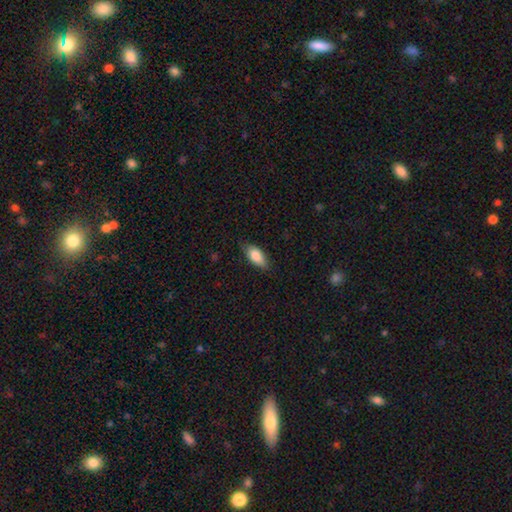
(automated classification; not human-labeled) A smooth galaxy with no disk features (84%) that is in between round and cigar-shaped (86%). Merging: none (77%).